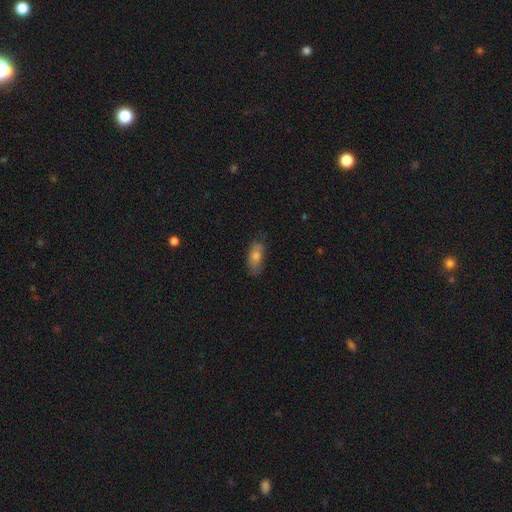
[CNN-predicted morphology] A smooth galaxy with no disk features (72%) that is in between round and cigar-shaped (81%).

Vote fractions:
- Smooth or featured? smooth: 72% / featured or disk: 18% / star or artifact: 10%
- How rounded? in between: 81% / cigar-shaped: 14% / round: 5%
- Merging? none: 74% / minor disturbance: 20% / major disturbance: 5% / merger: 2%